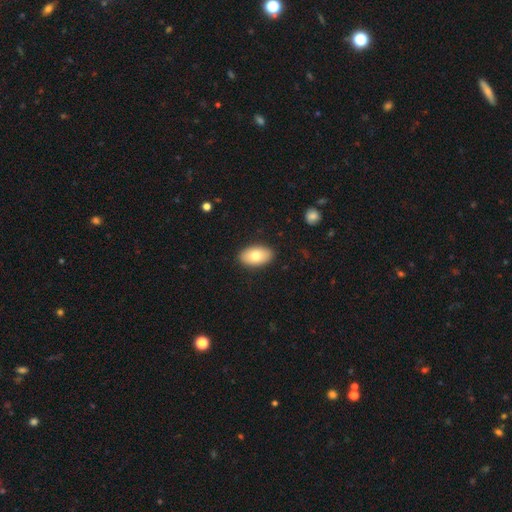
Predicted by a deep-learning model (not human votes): Morphology: type=smooth (76%); roundness=in between (94%); merging=none (89%).